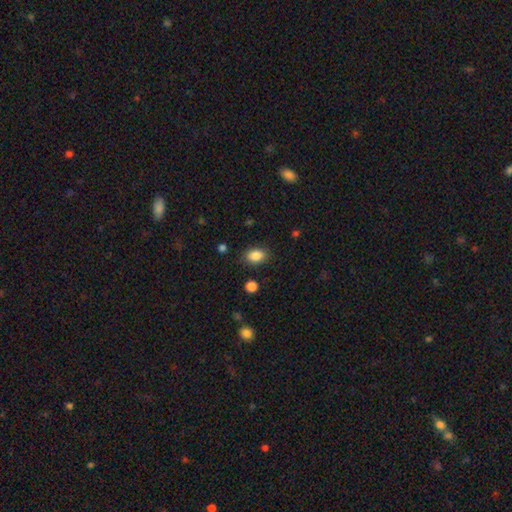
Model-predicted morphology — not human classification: The model was most divided on "how rounded": in between: 78%, round: 20%, cigar-shaped: 1%. More confident: smooth or featured — smooth (86%); merging — none (84%).